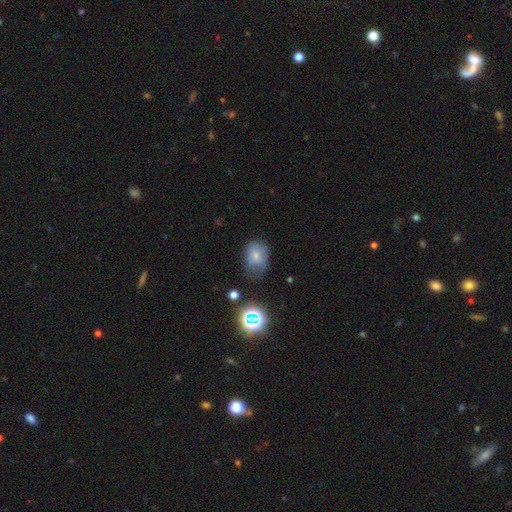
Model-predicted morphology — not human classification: type=smooth (71%); roundness=in between (65%); merging=none (51%).